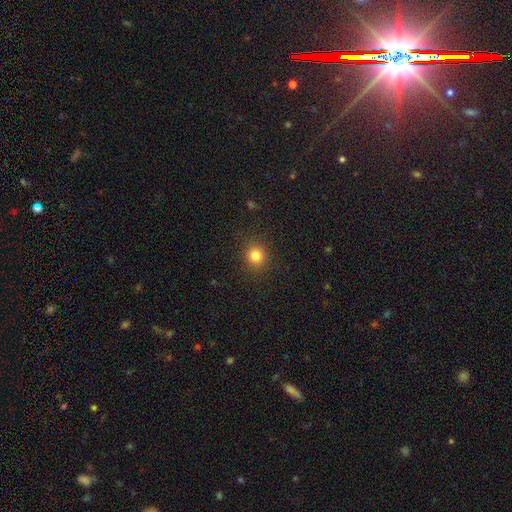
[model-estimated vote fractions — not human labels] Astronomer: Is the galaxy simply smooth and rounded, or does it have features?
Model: smooth — 83%.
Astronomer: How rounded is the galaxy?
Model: round — 90%.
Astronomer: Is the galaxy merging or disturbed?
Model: none — 89%.